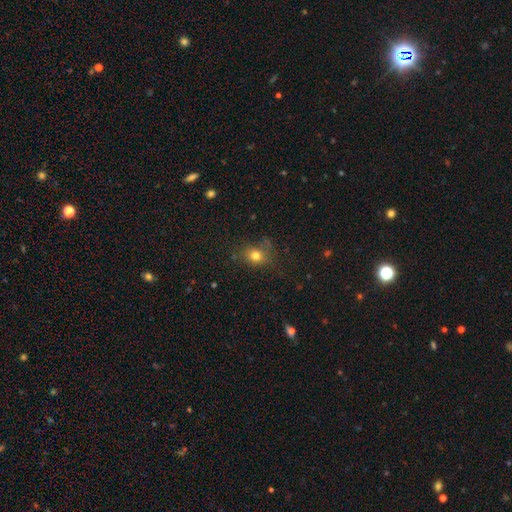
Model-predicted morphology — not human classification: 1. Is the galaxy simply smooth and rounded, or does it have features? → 76% smooth, 15% star or artifact, 9% featured or disk.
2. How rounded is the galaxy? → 63% round, 36% in between, 1% cigar-shaped.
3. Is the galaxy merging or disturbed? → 70% none, 19% minor disturbance, 8% major disturbance, 3% merger.